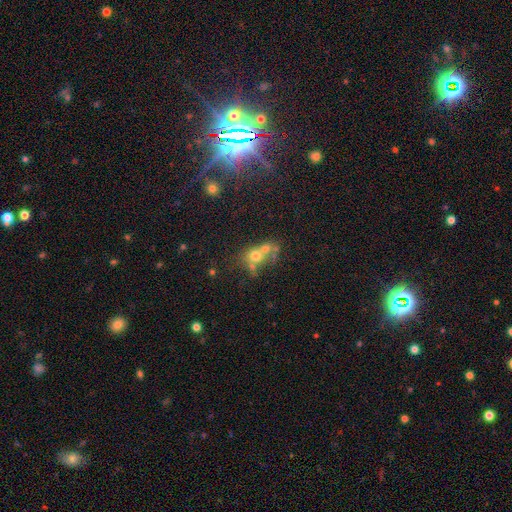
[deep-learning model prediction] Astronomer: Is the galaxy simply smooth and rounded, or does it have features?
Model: smooth — 57%.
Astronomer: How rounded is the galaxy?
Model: round — 67%.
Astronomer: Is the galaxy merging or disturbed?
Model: merger — 54% (runner-up: none, 29%).